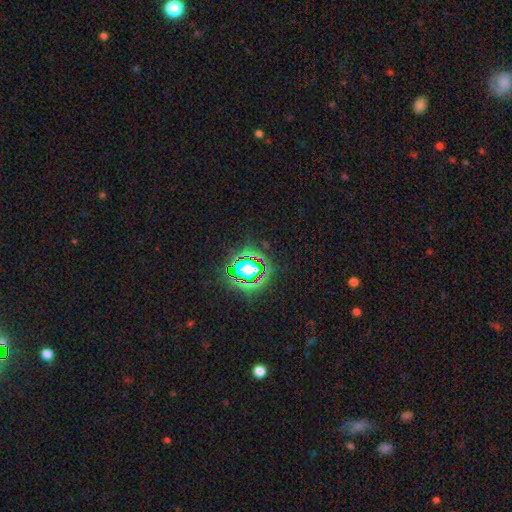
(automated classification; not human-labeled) star or artifact 83%, smooth 11%, featured or disk 6%.